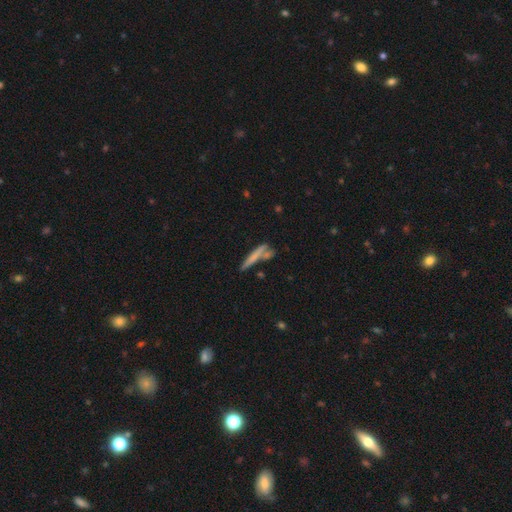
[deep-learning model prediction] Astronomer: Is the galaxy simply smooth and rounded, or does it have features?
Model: smooth — 62%.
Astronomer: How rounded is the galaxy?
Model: cigar-shaped — 91%.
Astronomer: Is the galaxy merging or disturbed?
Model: none — 60%.